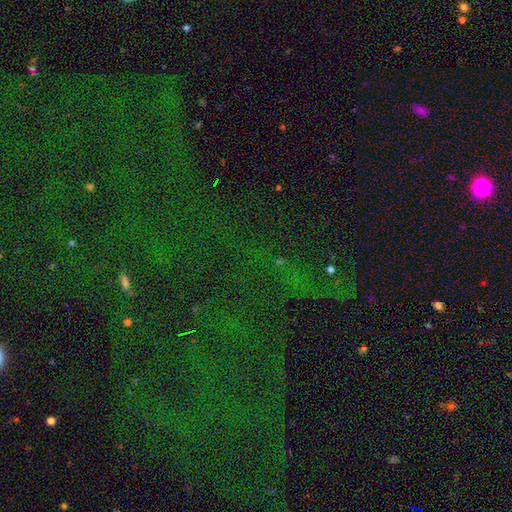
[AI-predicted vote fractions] Smooth or featured? Predicted: star or artifact (p=0.80).